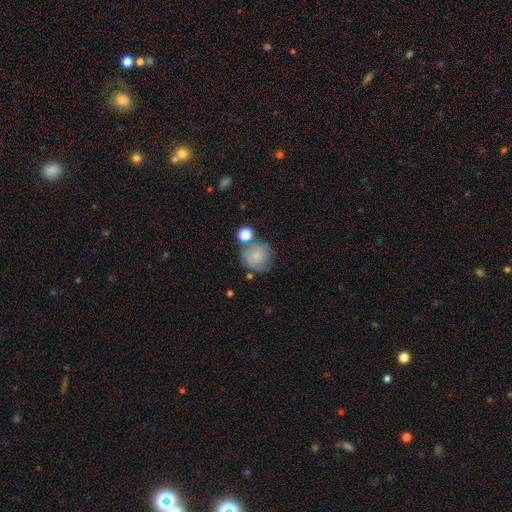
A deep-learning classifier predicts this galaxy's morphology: This appears to be a smooth galaxy with no disk features (73%) that is round (89%). Merging: none (60%).